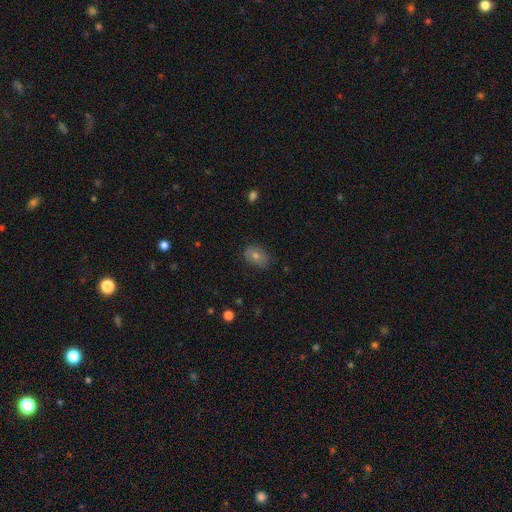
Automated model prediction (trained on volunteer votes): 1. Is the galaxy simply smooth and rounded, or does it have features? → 65% smooth, 20% featured or disk, 16% star or artifact.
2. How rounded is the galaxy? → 74% in between, 24% round, 1% cigar-shaped.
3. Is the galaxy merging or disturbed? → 82% none, 14% minor disturbance, 3% major disturbance, 1% merger.